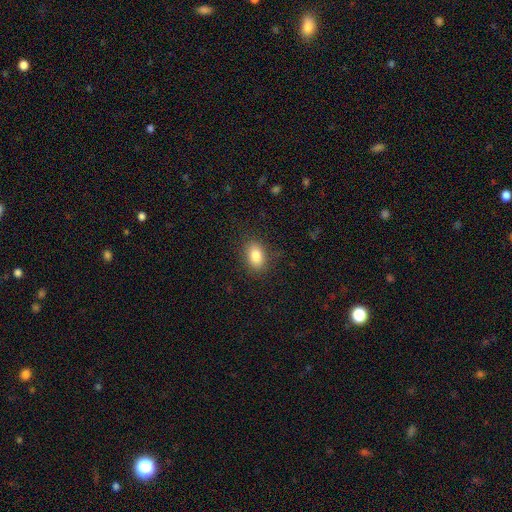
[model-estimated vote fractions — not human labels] A smooth galaxy with no disk features (84%) that is in between round and cigar-shaped (82%). Merging: none (85%).